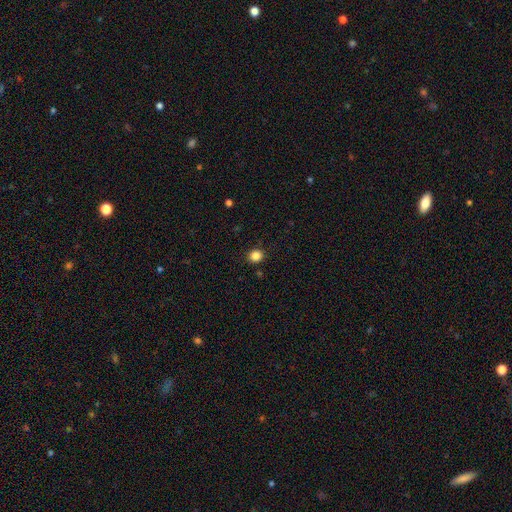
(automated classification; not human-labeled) smooth 85%, star or artifact 11%, featured or disk 4%. Down the decision tree: how rounded — round (82%); merging — none (90%).